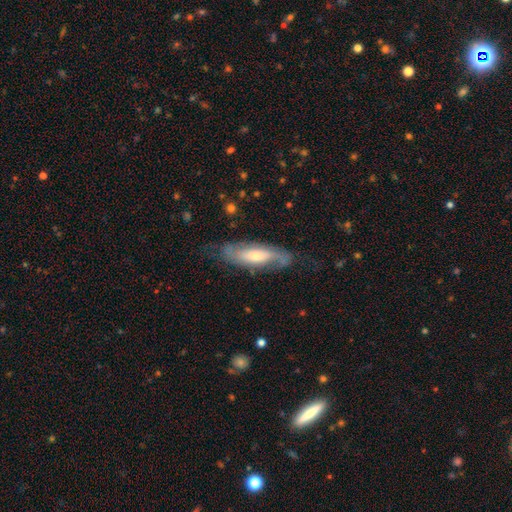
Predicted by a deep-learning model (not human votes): Q: Smooth or featured?
A: featured or disk (58%); runner-up: smooth (37%)
Q: Edge-on disk?
A: no (75%); runner-up: yes (25%)
Q: Merging?
A: none (61%); runner-up: minor disturbance (24%)